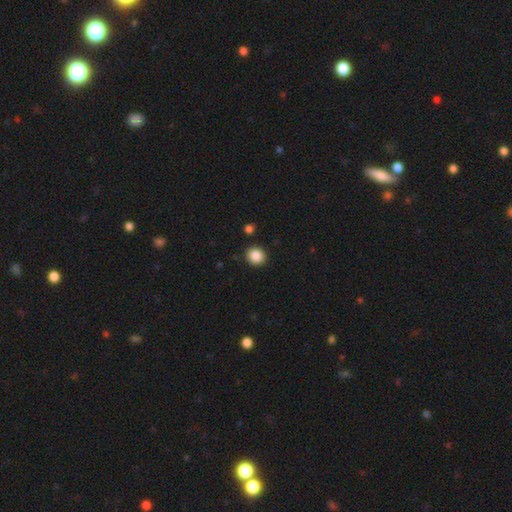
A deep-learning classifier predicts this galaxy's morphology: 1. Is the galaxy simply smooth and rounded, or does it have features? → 88% smooth, 9% star or artifact, 3% featured or disk.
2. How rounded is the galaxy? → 89% round, 10% in between, 1% cigar-shaped.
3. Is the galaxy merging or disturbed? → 91% none, 6% minor disturbance, 2% merger, 2% major disturbance.